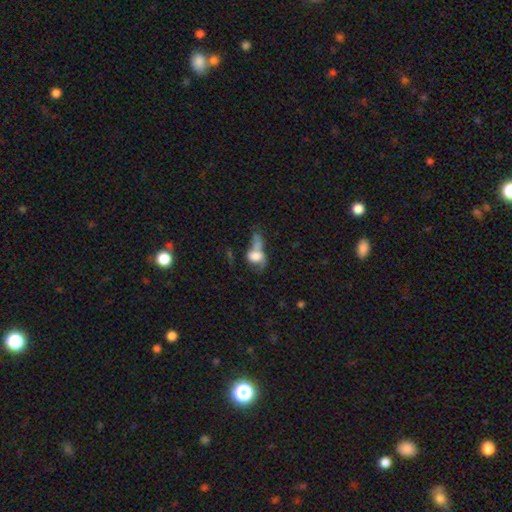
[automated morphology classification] This is likely a smooth galaxy (60%). How rounded: likely in between (71%). Merging: marginally merger (42%).